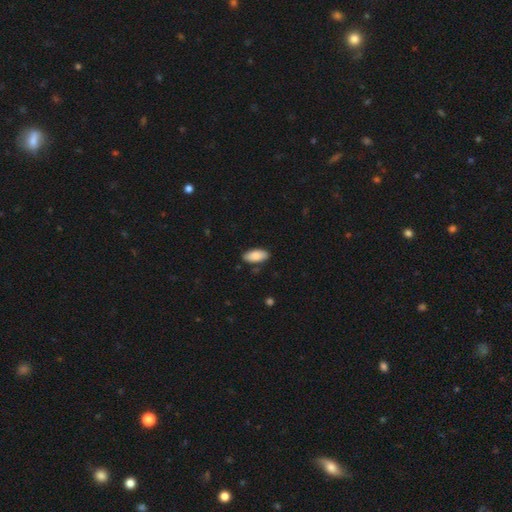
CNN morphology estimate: Q: Smooth or featured?
A: smooth (87%); runner-up: featured or disk (7%)
Q: How rounded?
A: in between (91%); runner-up: cigar-shaped (7%)
Q: Merging?
A: none (85%); runner-up: minor disturbance (11%)